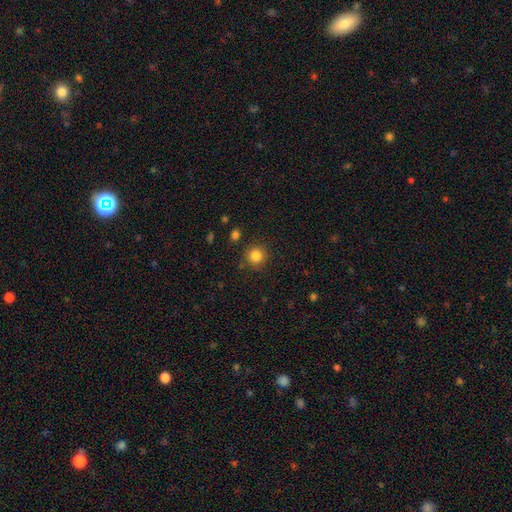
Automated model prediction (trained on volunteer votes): Smooth or featured? smooth (84%)
How rounded? round (93%)
Merging? none (86%)